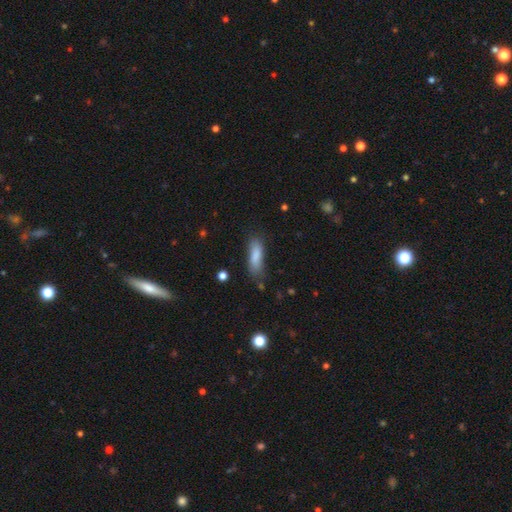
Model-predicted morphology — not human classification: Q: Smooth or featured?
A: smooth (84%); runner-up: featured or disk (9%)
Q: How rounded?
A: in between (51%); runner-up: cigar-shaped (47%)
Q: Merging?
A: none (70%); runner-up: minor disturbance (22%)